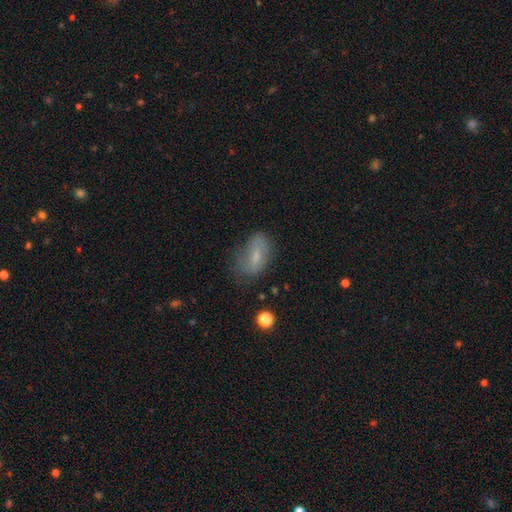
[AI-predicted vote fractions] The model was most divided on "smooth or featured": smooth: 55%, featured or disk: 35%, star or artifact: 10%. More confident: how rounded — in between (86%); merging — none (55%).